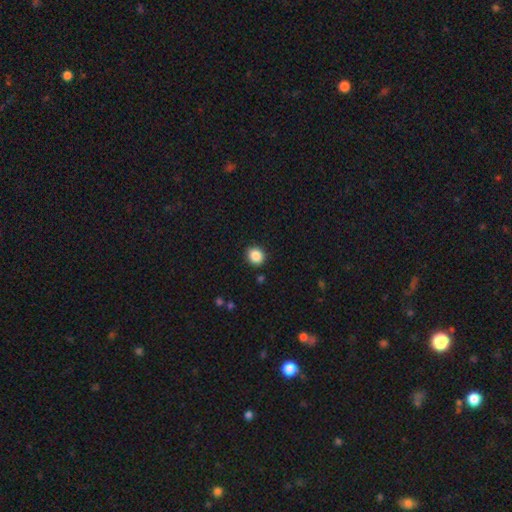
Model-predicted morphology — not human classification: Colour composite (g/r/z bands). It shows a smooth galaxy with no disk features (88%) that is round (76%). Merging: none (90%).